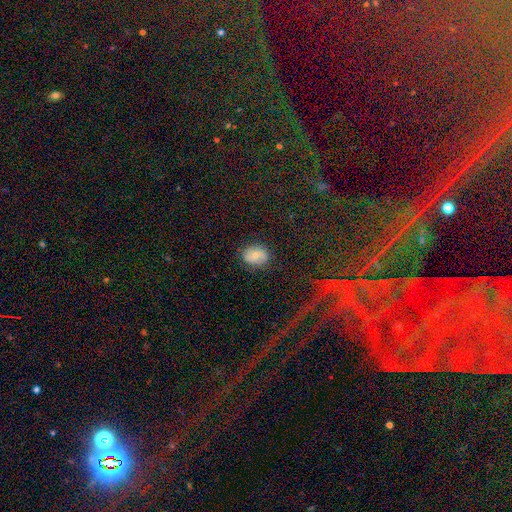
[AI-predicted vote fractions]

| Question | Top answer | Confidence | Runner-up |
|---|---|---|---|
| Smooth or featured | smooth | 54% | featured or disk (35%) |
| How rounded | in between | 56% | round (42%) |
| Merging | none | 82% | minor disturbance (13%) |